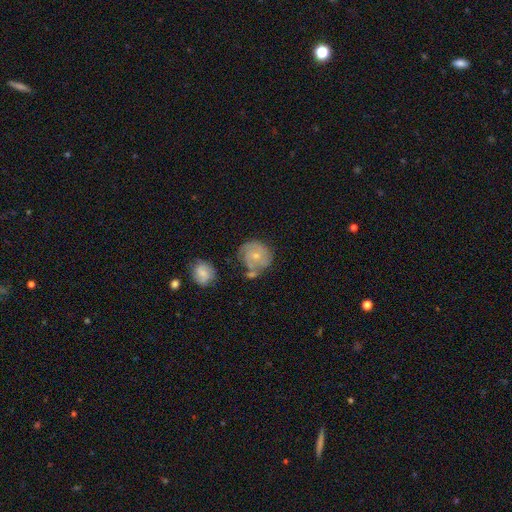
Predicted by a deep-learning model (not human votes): Smooth or featured? Predicted: featured or disk (p=0.61). Edge-on disk? Predicted: no (p=0.98). Bar? Predicted: no (p=0.74). Spiral arms? Predicted: yes (p=0.85). Spiral winding? Predicted: tight (p=0.59). Spiral arm count? Predicted: can't tell (p=0.32, tied with 2). Bulge size? Predicted: small (p=0.64). Merging? Predicted: none (p=0.52).